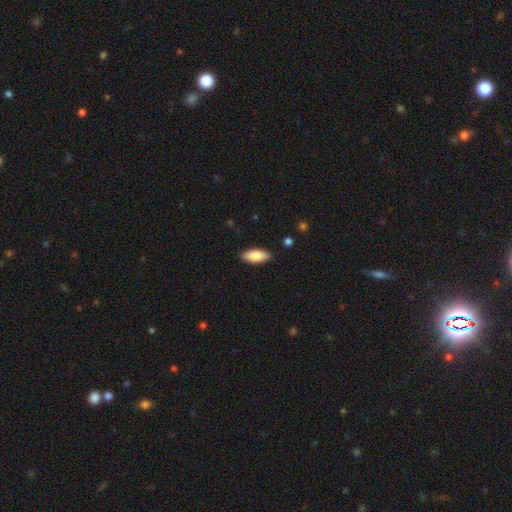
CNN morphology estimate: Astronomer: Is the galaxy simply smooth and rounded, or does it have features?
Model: smooth — 83%.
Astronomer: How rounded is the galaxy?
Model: in between — 81%.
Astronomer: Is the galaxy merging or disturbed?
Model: none — 88%.